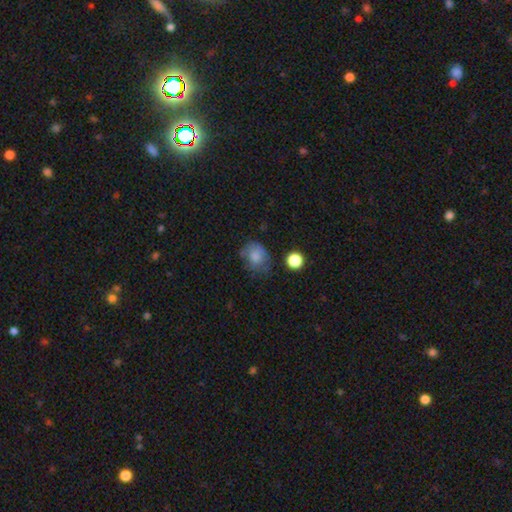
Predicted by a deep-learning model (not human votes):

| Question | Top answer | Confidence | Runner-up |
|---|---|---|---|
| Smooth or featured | smooth | 77% | featured or disk (13%) |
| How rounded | round | 55% | in between (44%) |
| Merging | none | 48% | minor disturbance (31%) |